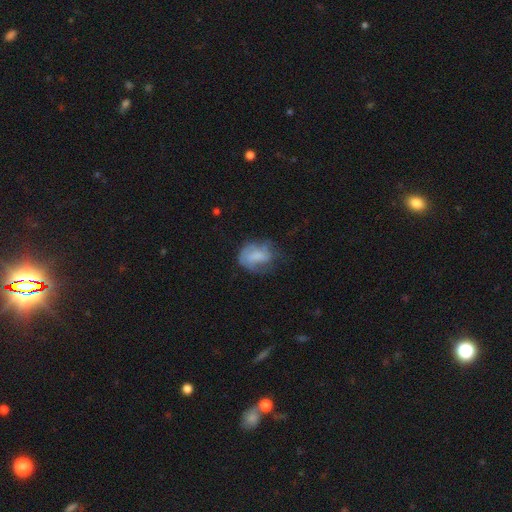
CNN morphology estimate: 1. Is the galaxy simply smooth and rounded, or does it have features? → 53% smooth, 38% featured or disk, 9% star or artifact.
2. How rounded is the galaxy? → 60% in between, 39% round, 2% cigar-shaped.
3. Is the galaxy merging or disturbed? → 41% none, 30% minor disturbance, 27% major disturbance, 2% merger.